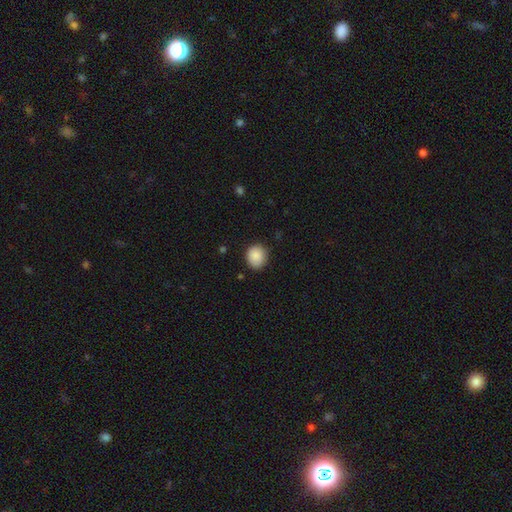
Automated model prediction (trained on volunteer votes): This is clearly a smooth galaxy (88%). How rounded: likely round (79%). Merging: clearly none (84%).